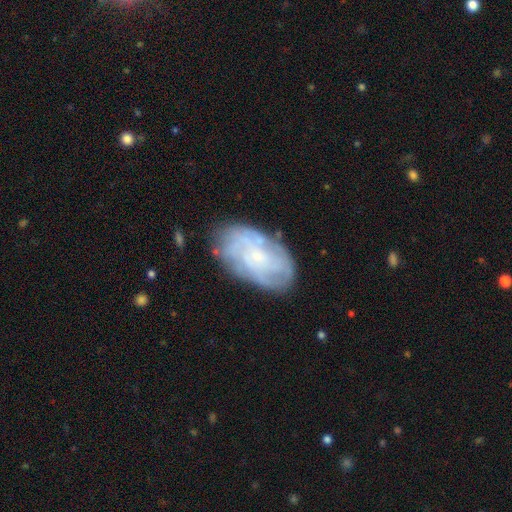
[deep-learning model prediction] This appears to be a featured or disk galaxy (68%) with no bar (74%), tight (61%) spiral arms (81%) and a small central bulge (71%). Merging: none (72%).